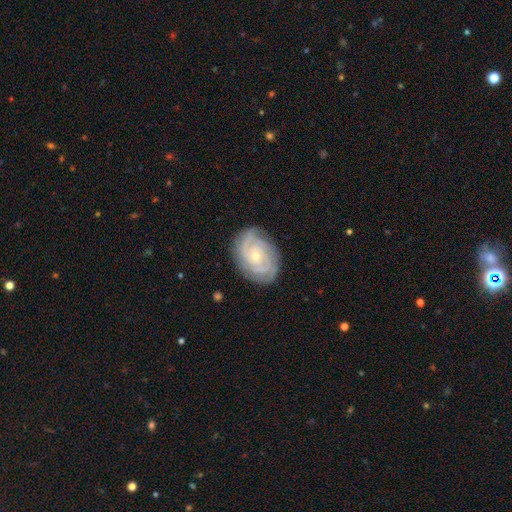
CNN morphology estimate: This appears to be a featured or disk galaxy (86%) with no bar (73%), 3 (28%) tight (76%) spiral arms (97%) and a small central bulge (73%). Merging: none (81%).